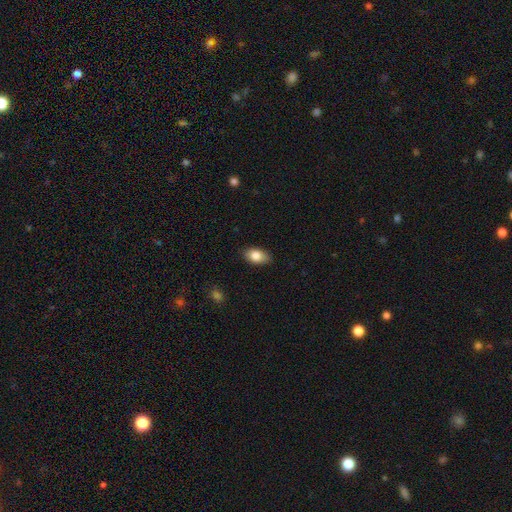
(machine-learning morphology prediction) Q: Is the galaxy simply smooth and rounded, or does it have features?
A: smooth — 84%.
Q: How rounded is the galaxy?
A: in between — 90%.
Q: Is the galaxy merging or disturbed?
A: none — 85%.